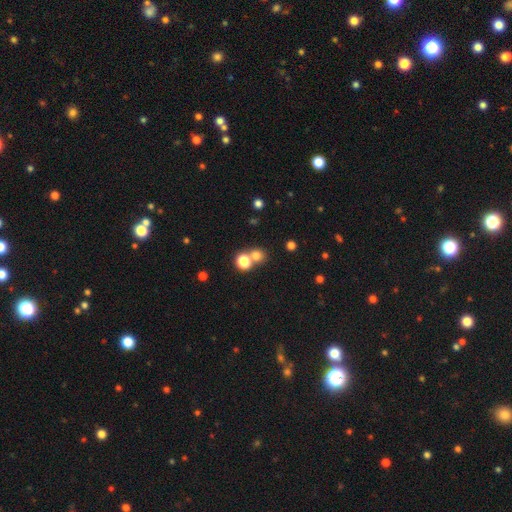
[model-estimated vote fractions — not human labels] This is likely a smooth galaxy (74%). How rounded: clearly round (83%). Merging: possibly none (54%).